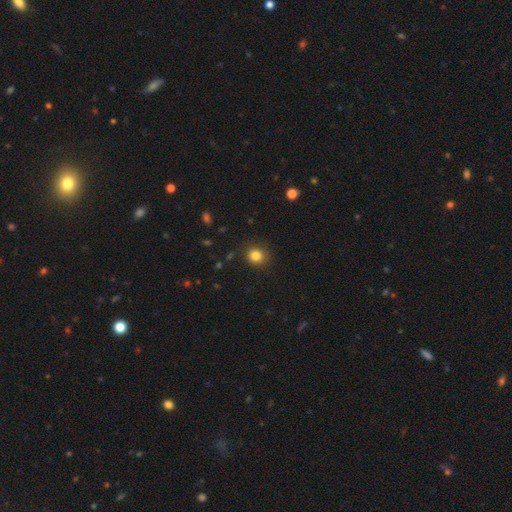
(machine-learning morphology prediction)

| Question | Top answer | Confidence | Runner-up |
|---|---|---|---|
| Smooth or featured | smooth | 83% | star or artifact (12%) |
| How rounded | round | 88% | in between (11%) |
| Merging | none | 89% | minor disturbance (7%) |